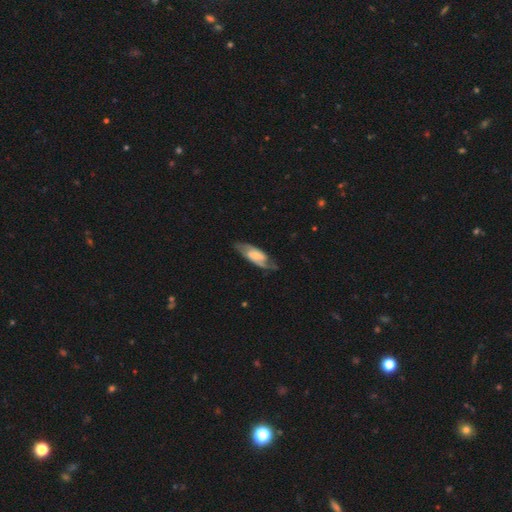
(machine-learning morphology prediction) Q: Smooth or featured?
A: featured or disk (63%); runner-up: smooth (31%)
Q: Edge-on disk?
A: no (86%); runner-up: yes (14%)
Q: Bar?
A: no (56%); runner-up: weak (33%)
Q: Spiral arms?
A: yes (88%); runner-up: no (12%)
Q: Bulge size?
A: small (48%); runner-up: moderate (27%)
Q: Merging?
A: none (68%); runner-up: minor disturbance (21%)